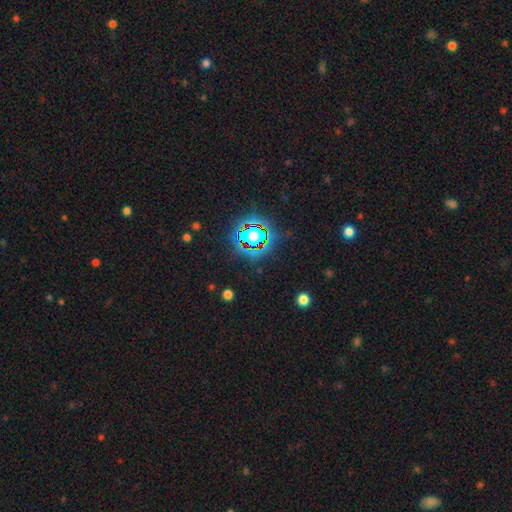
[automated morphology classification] Smooth or featured? Predicted: star or artifact (p=0.80).